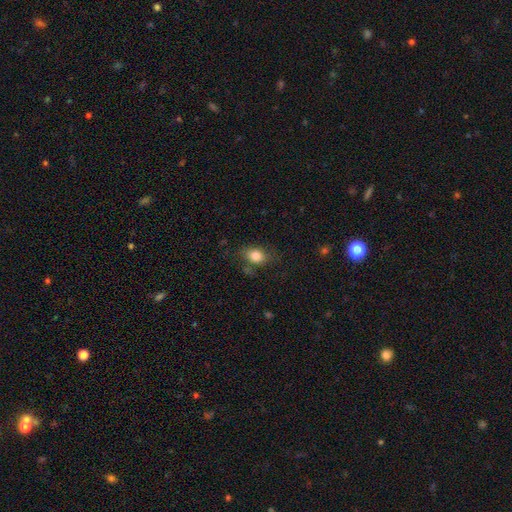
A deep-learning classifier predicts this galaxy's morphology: type=smooth (82%); roundness=in between (70%); merging=none (71%).